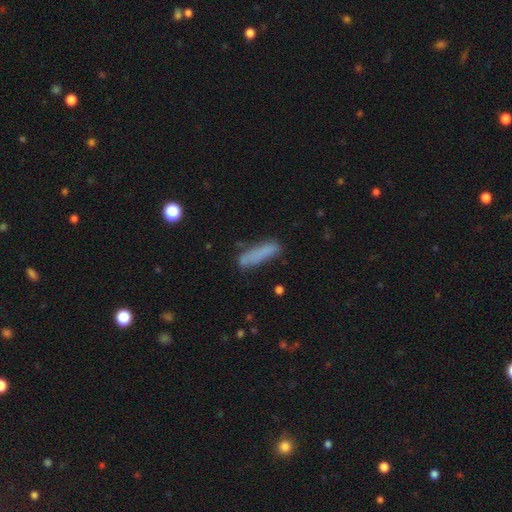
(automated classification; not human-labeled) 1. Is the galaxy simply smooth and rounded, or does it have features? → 78% smooth, 13% featured or disk, 9% star or artifact.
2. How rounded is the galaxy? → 80% cigar-shaped, 18% in between, 2% round.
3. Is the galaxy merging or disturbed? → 68% none, 21% minor disturbance, 7% major disturbance, 5% merger.